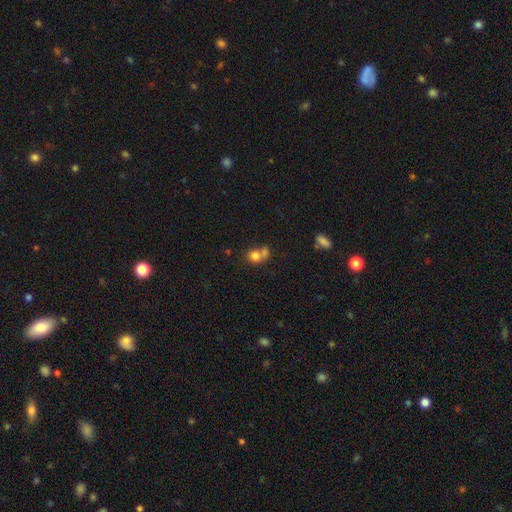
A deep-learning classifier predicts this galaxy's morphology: Smooth or featured?
  - smooth: 79% *
  - star or artifact: 11%
  - featured or disk: 11%
How rounded?
  - round: 77% *
  - in between: 22%
  - cigar-shaped: 1%
Merging?
  - merger: 50% *
  - none: 37%
  - minor disturbance: 9%
  - major disturbance: 5%